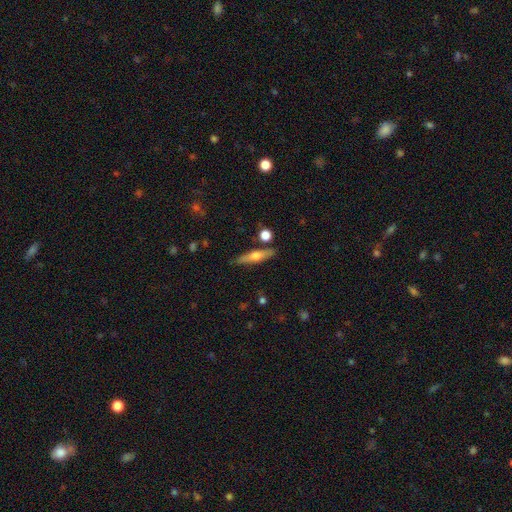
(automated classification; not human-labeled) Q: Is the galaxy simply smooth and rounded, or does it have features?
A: featured or disk — 52%.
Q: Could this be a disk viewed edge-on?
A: yes — 94%.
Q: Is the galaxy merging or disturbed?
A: none — 84%.